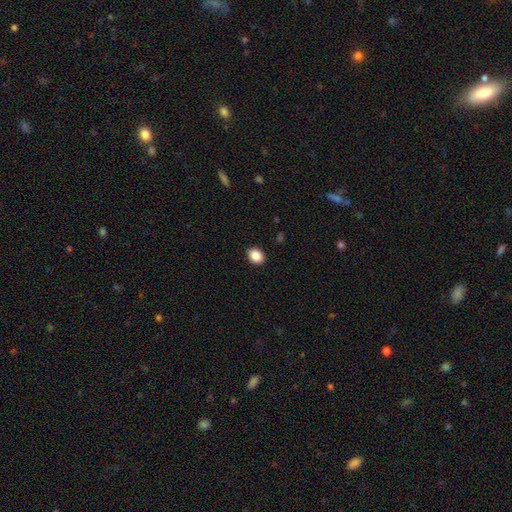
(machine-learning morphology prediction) smooth_or_featured: smooth (p=0.88) [alt: star or artifact p=0.09]
how_rounded: in between (p=0.52) [alt: round p=0.47]
merging: none (p=0.91) [alt: minor disturbance p=0.07]